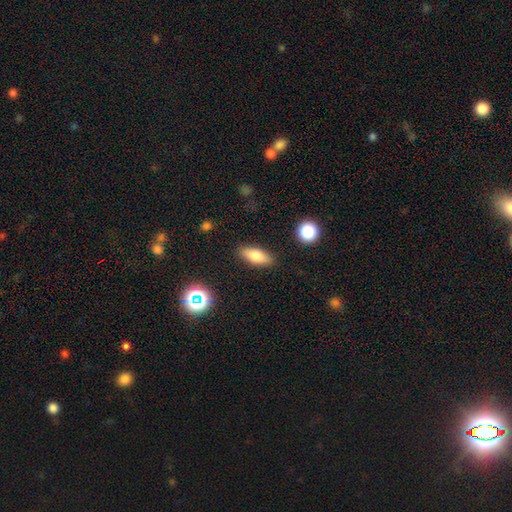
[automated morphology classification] This appears to be a smooth galaxy with no disk features (76%) that is in between round and cigar-shaped (74%). Merging: none (87%).